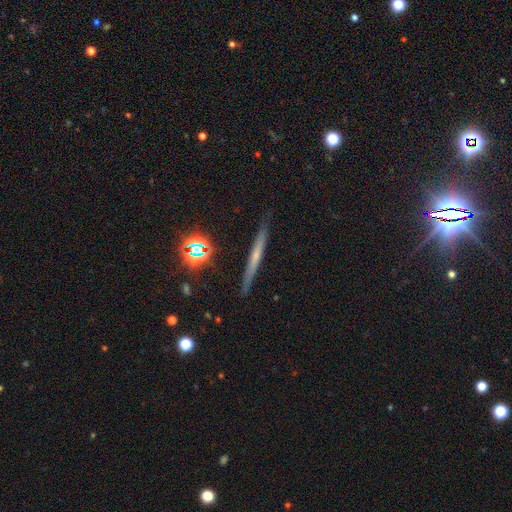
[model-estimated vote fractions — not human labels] Q: Smooth or featured?
A: featured or disk (51%); runner-up: smooth (37%)
Q: Edge-on disk?
A: yes (96%); runner-up: no (4%)
Q: Merging?
A: none (88%); runner-up: minor disturbance (9%)